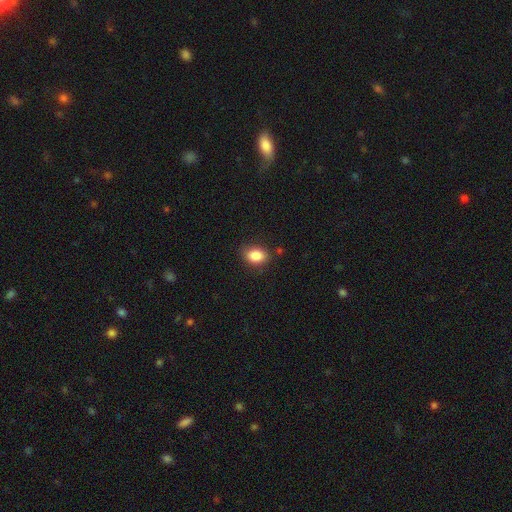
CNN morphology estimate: smooth-or-featured: smooth: 86% | star or artifact: 9% | featured or disk: 5%
  how-rounded: in between: 75% | round: 24% | cigar-shaped: 1%
  merging: none: 81% | minor disturbance: 14% | major disturbance: 3% | merger: 2%